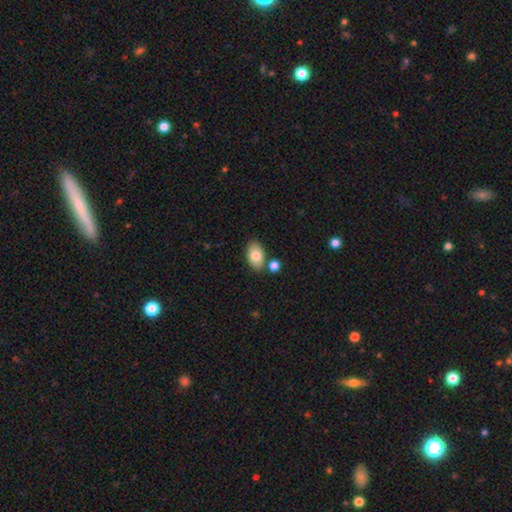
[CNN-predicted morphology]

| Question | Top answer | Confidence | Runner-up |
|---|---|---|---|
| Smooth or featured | smooth | 81% | featured or disk (11%) |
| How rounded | in between | 90% | round (9%) |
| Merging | none | 76% | minor disturbance (11%) |